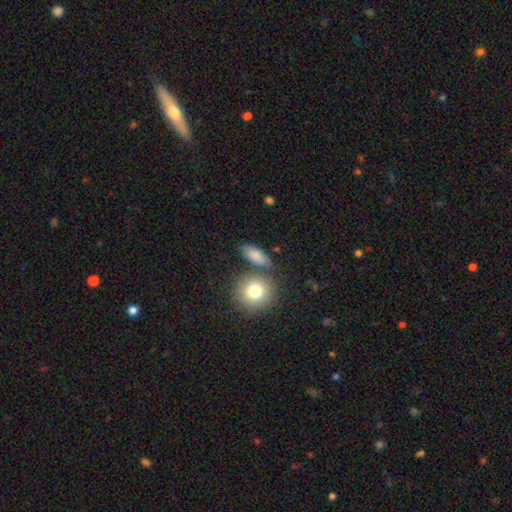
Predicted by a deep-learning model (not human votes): smooth_or_featured: smooth (p=0.80) [alt: featured or disk p=0.11]
how_rounded: in between (p=0.71) [alt: round p=0.15]
merging: none (p=0.69) [alt: minor disturbance p=0.15]